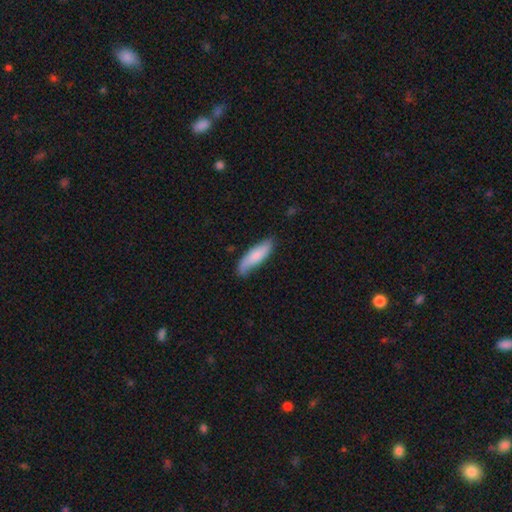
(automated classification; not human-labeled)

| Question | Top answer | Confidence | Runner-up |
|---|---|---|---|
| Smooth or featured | smooth | 76% | featured or disk (19%) |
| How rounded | cigar-shaped | 53% | in between (46%) |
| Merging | none | 69% | minor disturbance (25%) |